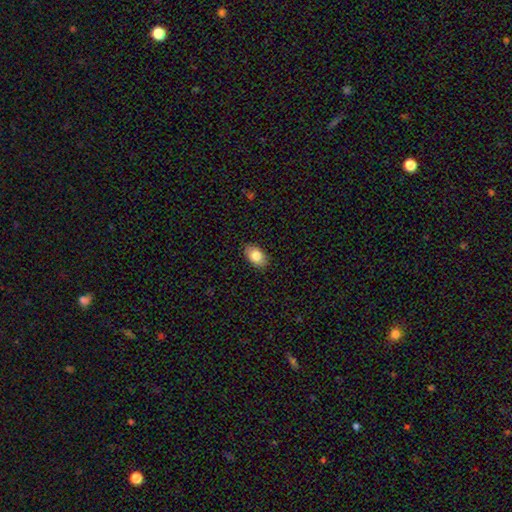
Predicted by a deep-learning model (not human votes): A smooth galaxy with no disk features (83%) that is in between round and cigar-shaped (91%). Merging: none (88%).